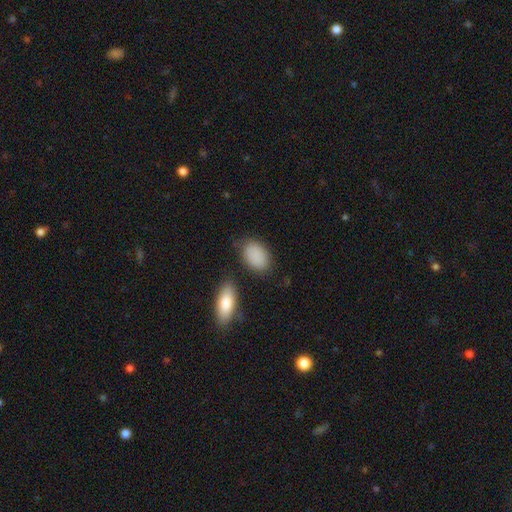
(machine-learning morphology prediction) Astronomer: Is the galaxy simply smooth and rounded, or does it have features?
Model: smooth — 88%.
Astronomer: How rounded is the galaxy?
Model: in between — 87%.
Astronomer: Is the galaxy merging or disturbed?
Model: none — 73%.